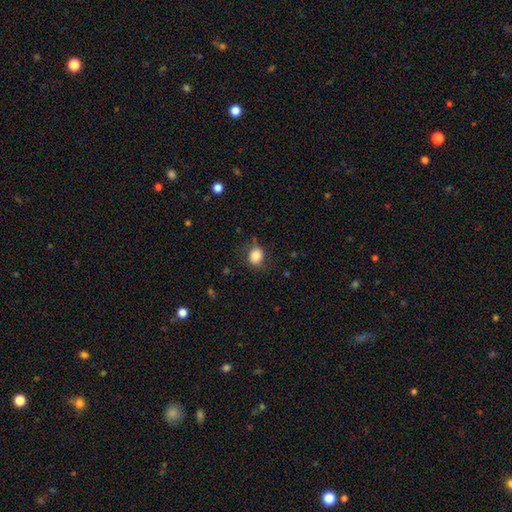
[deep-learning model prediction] A smooth galaxy with no disk features (83%) that is round (61%). Merging: none (76%).